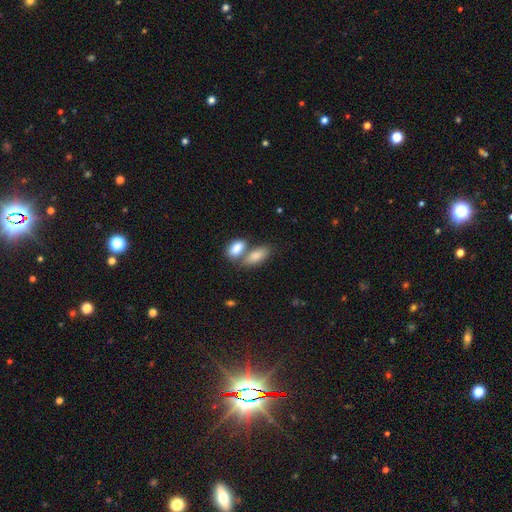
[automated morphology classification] smooth_or_featured: smooth (p=0.85) [alt: featured or disk p=0.09]
how_rounded: in between (p=0.88) [alt: cigar-shaped p=0.07]
merging: merger (p=0.51) [alt: none p=0.37]